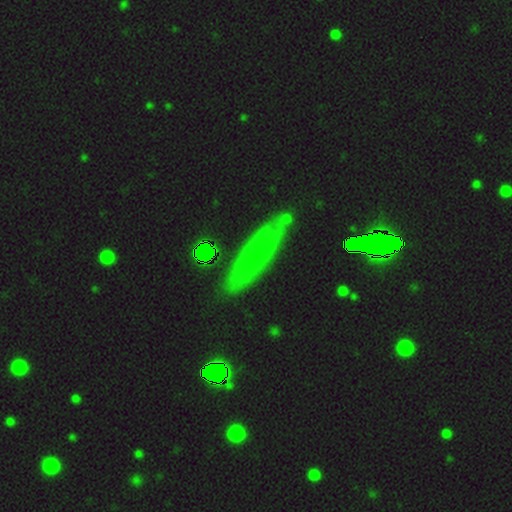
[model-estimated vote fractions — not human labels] Smooth or featured? smooth (46%)
Merging? none (77%)